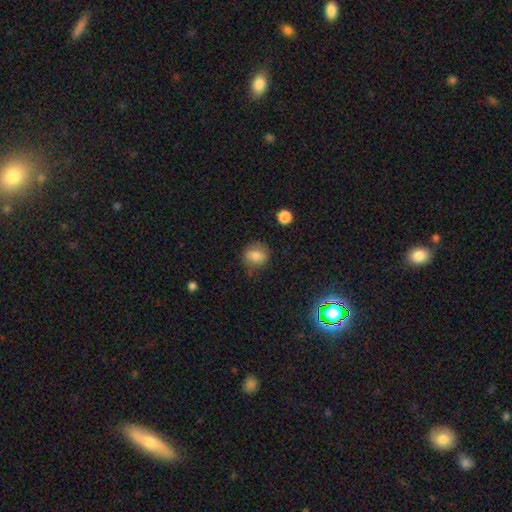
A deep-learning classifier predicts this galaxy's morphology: A smooth galaxy with no disk features (80%) that is round (68%).

Vote fractions:
- Smooth or featured? smooth: 80% / star or artifact: 11% / featured or disk: 9%
- How rounded? round: 68% / in between: 30% / cigar-shaped: 1%
- Merging? none: 73% / minor disturbance: 20% / major disturbance: 6% / merger: 2%